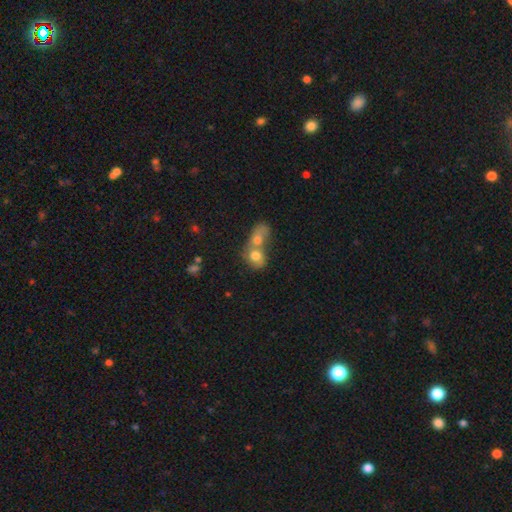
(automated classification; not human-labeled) This appears to be a smooth galaxy with no disk features (73%) that is round (55%). Merging: merger (76%).